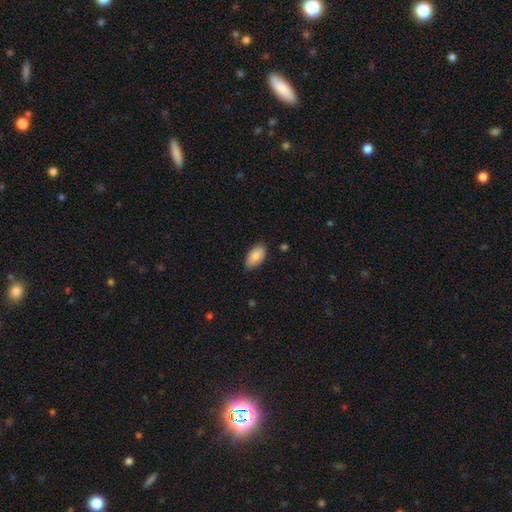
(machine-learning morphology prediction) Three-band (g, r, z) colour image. It shows a smooth galaxy with no disk features (85%) that is in between round and cigar-shaped (94%). Merging: none (77%).